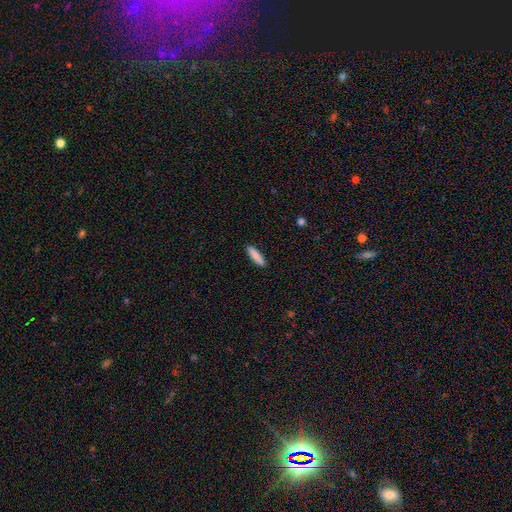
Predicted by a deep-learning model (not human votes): smooth-or-featured: smooth: 87% | featured or disk: 7% | star or artifact: 6%
  how-rounded: cigar-shaped: 79% | in between: 19% | round: 1%
  merging: none: 90% | minor disturbance: 7% | major disturbance: 2% | merger: 1%